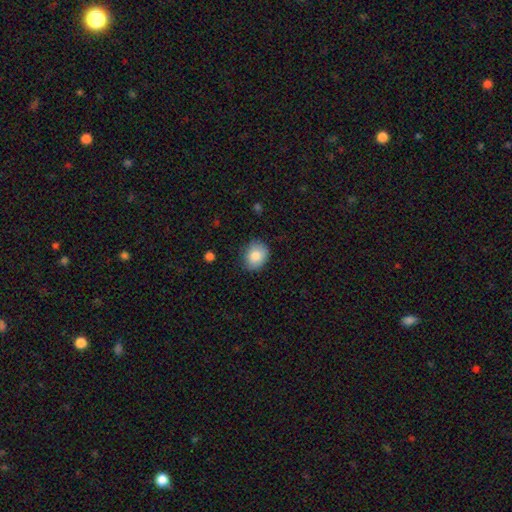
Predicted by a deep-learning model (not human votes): Overall: smooth (84%). How rounded: round (53%; in between 46%). Merging: none (79%).